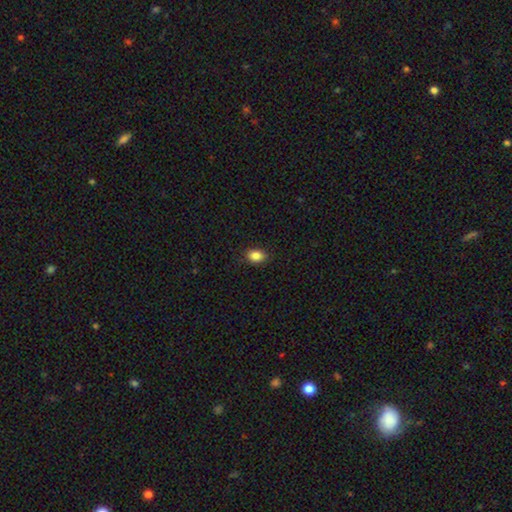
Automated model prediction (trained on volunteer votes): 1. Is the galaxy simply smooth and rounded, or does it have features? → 86% smooth, 9% star or artifact, 4% featured or disk.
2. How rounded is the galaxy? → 73% in between, 26% round, 1% cigar-shaped.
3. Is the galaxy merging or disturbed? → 87% none, 9% minor disturbance, 2% major disturbance, 1% merger.